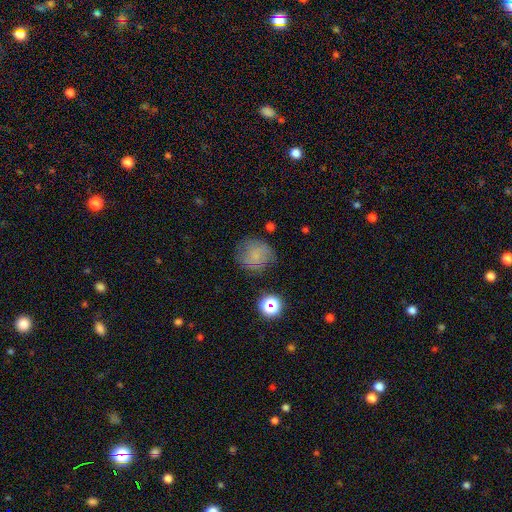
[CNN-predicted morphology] The model was most divided on "smooth or featured": smooth: 64%, featured or disk: 22%, star or artifact: 14%. More confident: how rounded — round (87%); merging — none (72%).